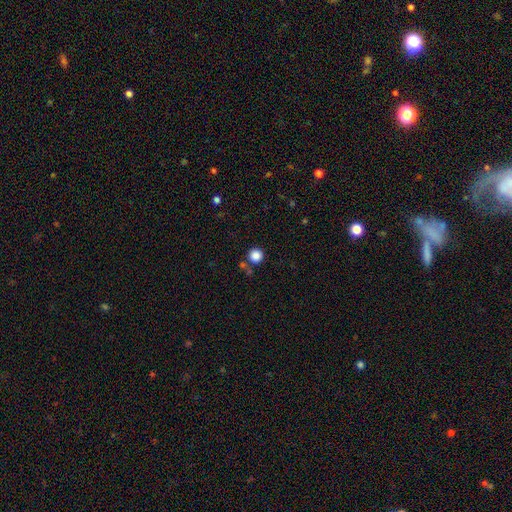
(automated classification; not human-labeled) Overall: smooth (86%). How rounded: round (95%). Merging: none (81%).